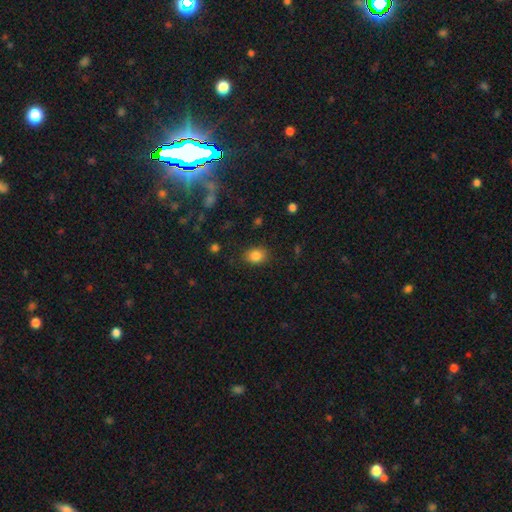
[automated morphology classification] Smooth or featured? Predicted: smooth (p=0.84). How rounded? Predicted: in between (p=0.58). Merging? Predicted: none (p=0.84).